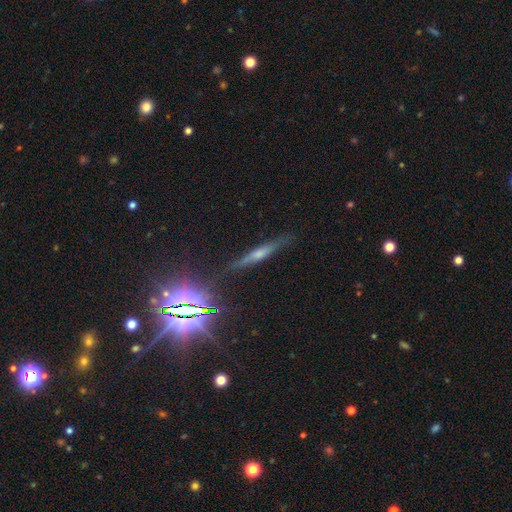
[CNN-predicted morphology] This appears to be a featured or disk galaxy (55%) viewed edge-on (94%) with a rounded central bulge (71%). Merging: none (84%).